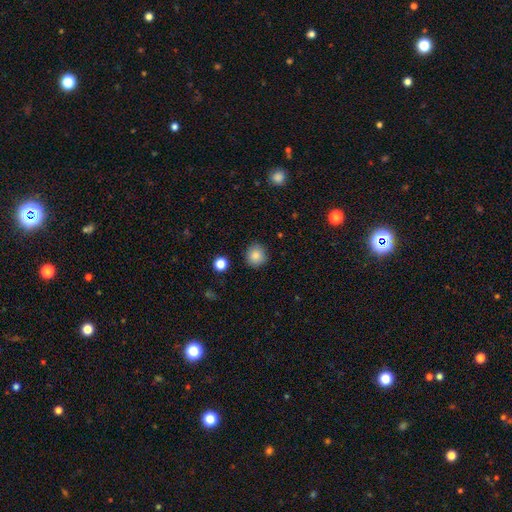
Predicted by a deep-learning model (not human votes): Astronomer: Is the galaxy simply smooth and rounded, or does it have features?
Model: smooth — 86%.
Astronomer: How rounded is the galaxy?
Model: round — 92%.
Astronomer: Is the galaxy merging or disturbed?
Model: none — 88%.